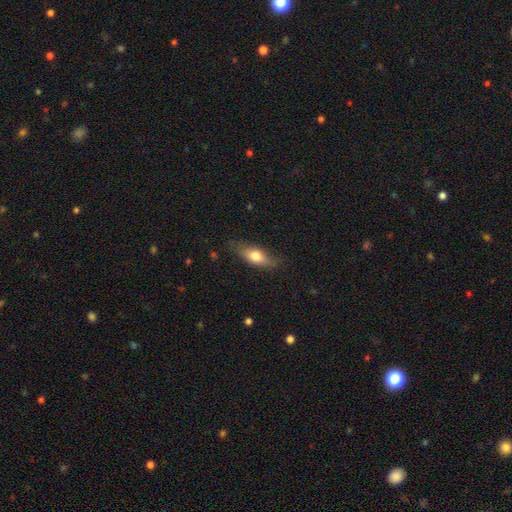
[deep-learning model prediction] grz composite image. It shows a smooth galaxy with no disk features (67%) that is in between round and cigar-shaped (68%). Merging: none (75%).